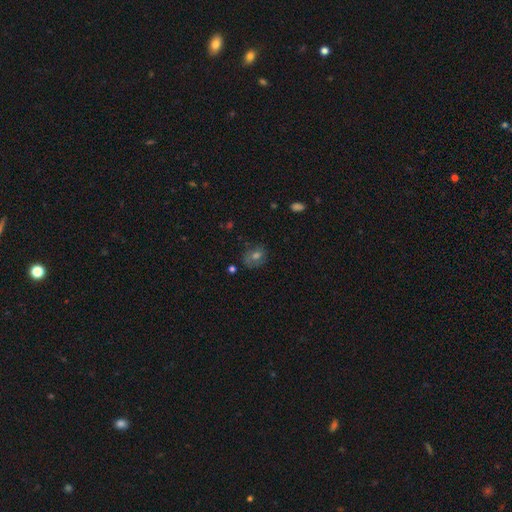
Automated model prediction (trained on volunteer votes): A smooth galaxy with no disk features (43%). Merging: none (68%).